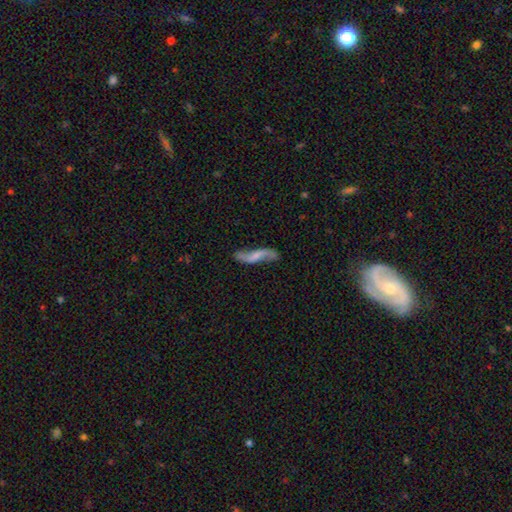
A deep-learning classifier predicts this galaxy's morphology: This appears to be a featured or disk galaxy (69%) with a weak bar (41%), 2 (92%) loose (87%) spiral arms (92%) and no central bulge (41%). Merging: none (72%).